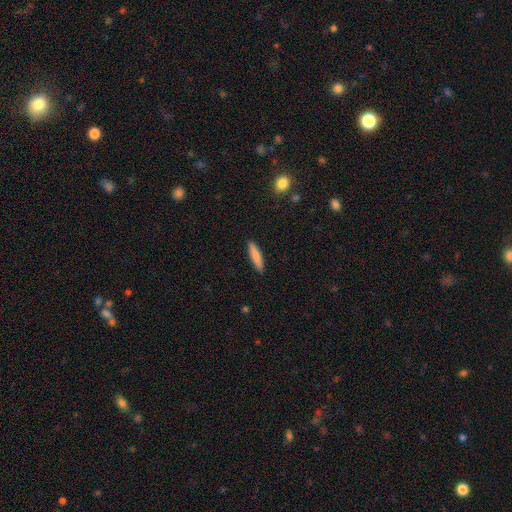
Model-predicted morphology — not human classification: Smooth or featured?
  - smooth: 82% *
  - featured or disk: 12%
  - star or artifact: 6%
How rounded?
  - cigar-shaped: 85% *
  - in between: 13%
  - round: 1%
Merging?
  - none: 90% *
  - minor disturbance: 7%
  - major disturbance: 2%
  - merger: 1%